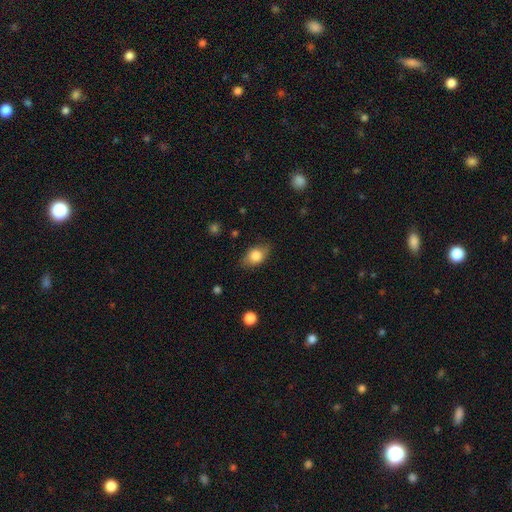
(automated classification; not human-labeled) A smooth galaxy with no disk features (79%) that is in between round and cigar-shaped (79%).

Vote fractions:
- Smooth or featured? smooth: 79% / featured or disk: 13% / star or artifact: 8%
- How rounded? in between: 79% / round: 19% / cigar-shaped: 3%
- Merging? none: 76% / minor disturbance: 19% / major disturbance: 5% / merger: 1%